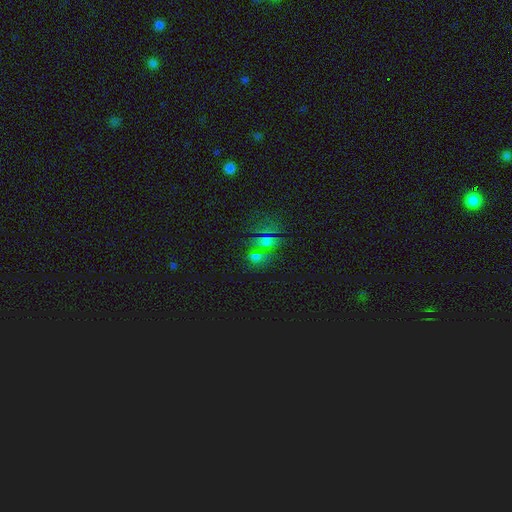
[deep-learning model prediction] Q: Smooth or featured?
A: star or artifact (47%); runner-up: smooth (43%)